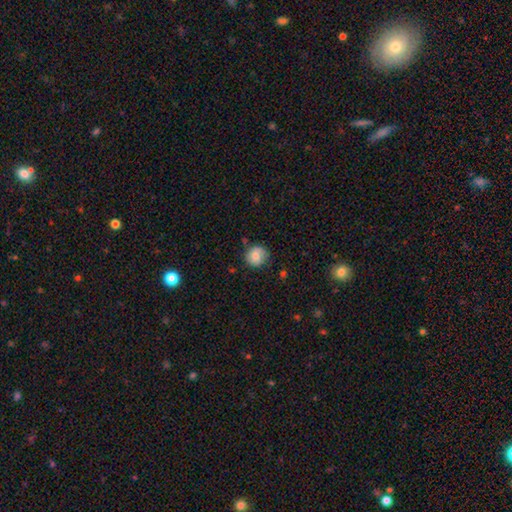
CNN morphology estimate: smooth-or-featured: smooth: 75% | featured or disk: 16% | star or artifact: 9%
  how-rounded: round: 87% | in between: 12% | cigar-shaped: 1%
  merging: none: 73% | minor disturbance: 20% | major disturbance: 5% | merger: 2%